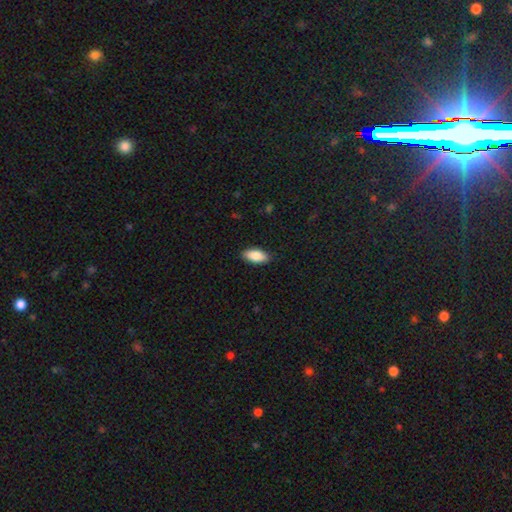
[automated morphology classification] smooth-or-featured: smooth: 87% | featured or disk: 7% | star or artifact: 6%
  how-rounded: in between: 90% | cigar-shaped: 8% | round: 2%
  merging: none: 88% | minor disturbance: 9% | major disturbance: 2% | merger: 1%